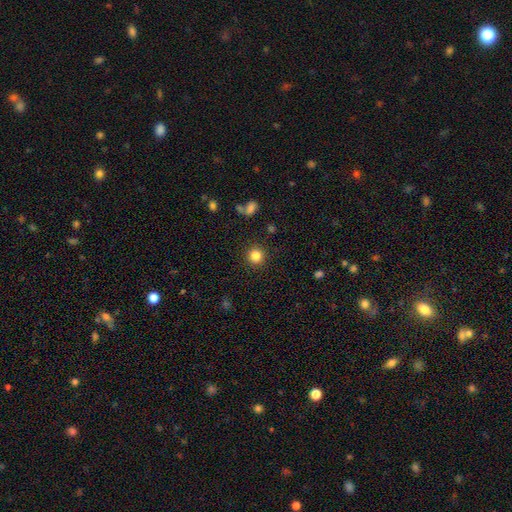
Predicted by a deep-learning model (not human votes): The model was most divided on "smooth or featured": smooth: 84%, star or artifact: 11%, featured or disk: 5%. More confident: how rounded — round (93%); merging — none (91%).